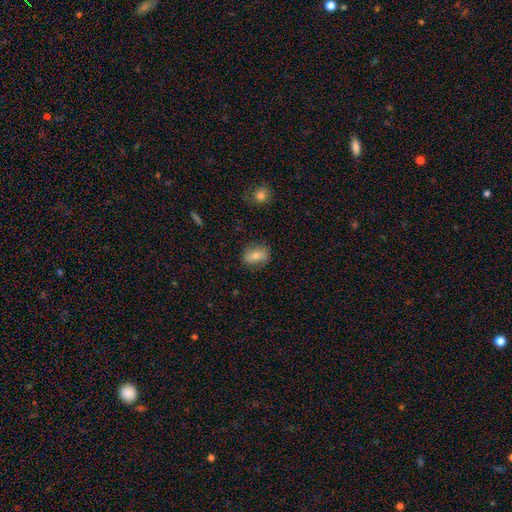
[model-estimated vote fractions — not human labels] smooth-or-featured: smooth: 75% | featured or disk: 17% | star or artifact: 8%
  how-rounded: in between: 79% | round: 18% | cigar-shaped: 3%
  merging: none: 78% | minor disturbance: 16% | major disturbance: 4% | merger: 2%